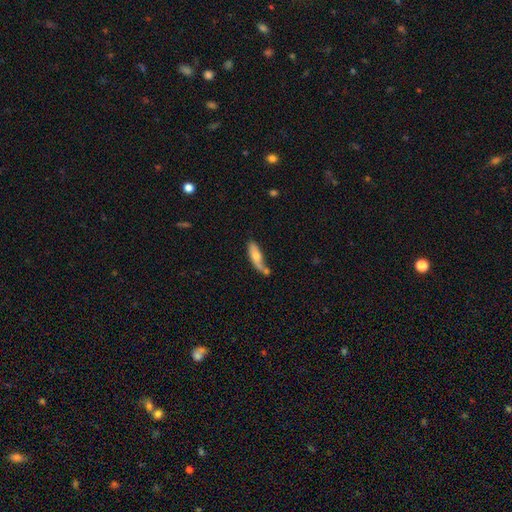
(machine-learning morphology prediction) Overall: smooth (61%; featured or disk 32%). How rounded: cigar-shaped (54%; in between 44%). Merging: none (43%; merger 25%).